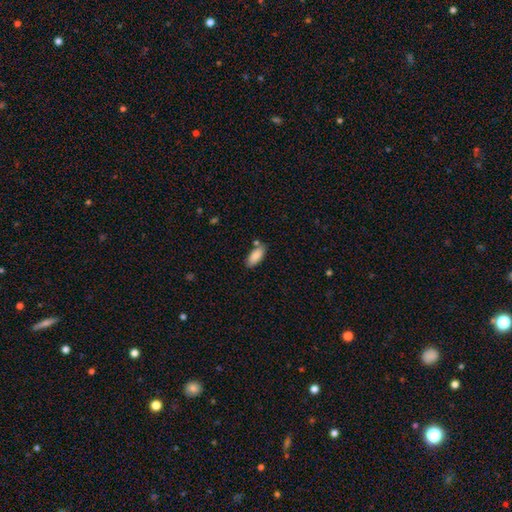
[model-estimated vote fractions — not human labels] Smooth or featured?
  - smooth: 88% *
  - star or artifact: 6%
  - featured or disk: 6%
How rounded?
  - in between: 85% *
  - cigar-shaped: 14%
  - round: 2%
Merging?
  - none: 74% *
  - minor disturbance: 15%
  - merger: 8%
  - major disturbance: 3%